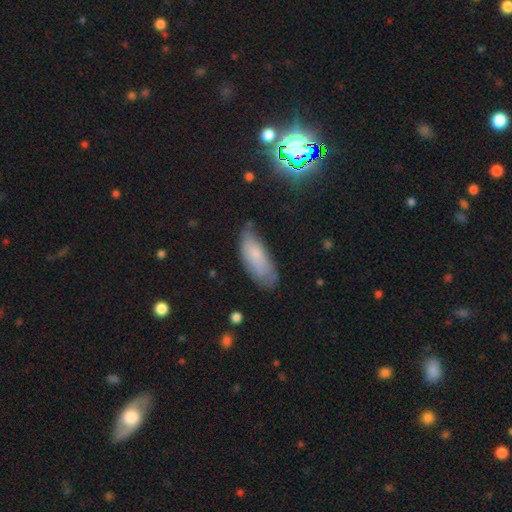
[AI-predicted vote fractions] smooth-or-featured: smooth: 64% | featured or disk: 25% | star or artifact: 11%
  how-rounded: in between: 78% | cigar-shaped: 20% | round: 2%
  merging: none: 59% | minor disturbance: 30% | major disturbance: 8% | merger: 2%